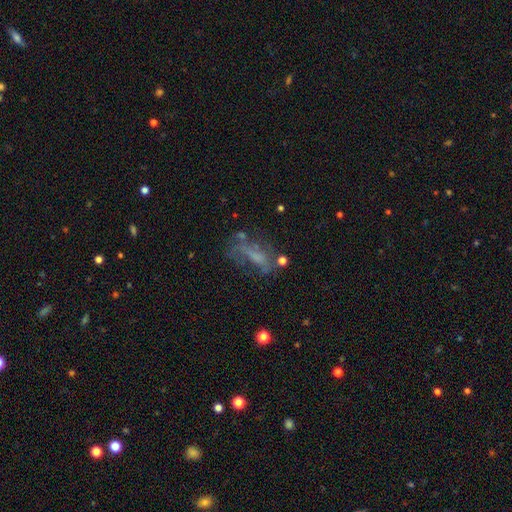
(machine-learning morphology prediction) Smooth or featured? featured or disk (43%)
Merging? none (39%)